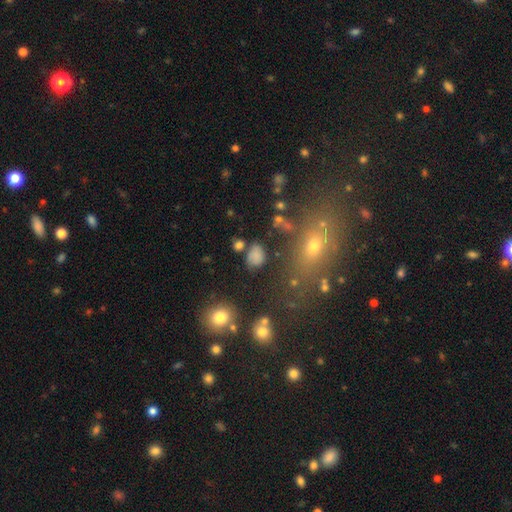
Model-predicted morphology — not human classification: Q: Smooth or featured?
A: smooth (72%); runner-up: star or artifact (16%)
Q: How rounded?
A: in between (64%); runner-up: round (35%)
Q: Merging?
A: none (64%); runner-up: minor disturbance (19%)